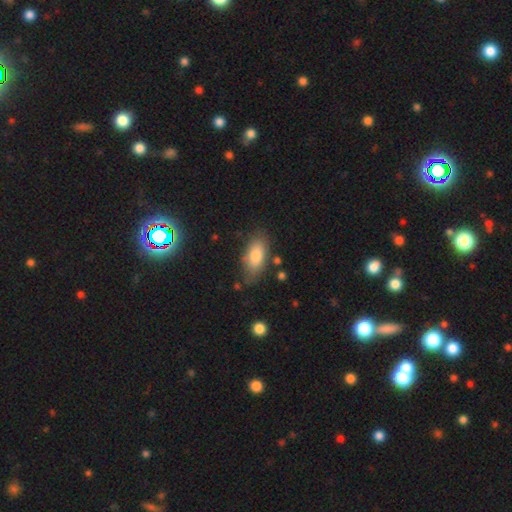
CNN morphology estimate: Smooth or featured? Predicted: smooth (p=0.78). How rounded? Predicted: in between (p=0.88). Merging? Predicted: none (p=0.74).